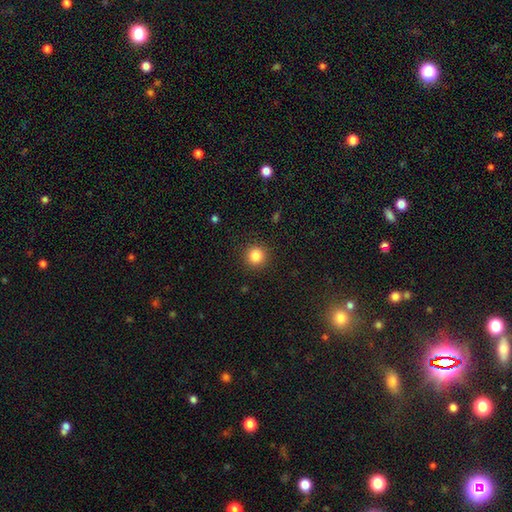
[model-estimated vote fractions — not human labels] A smooth galaxy with no disk features (84%) that is round (94%). Merging: none (92%).